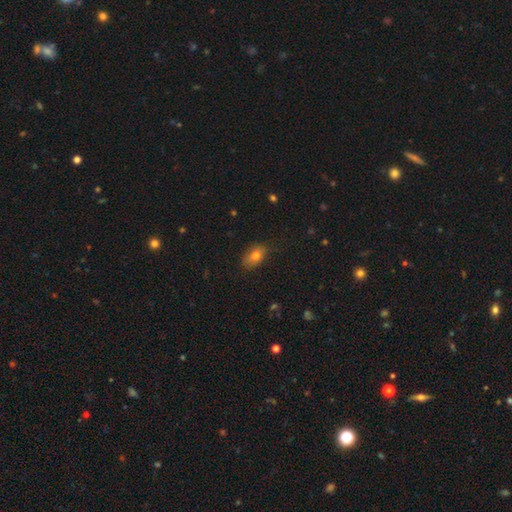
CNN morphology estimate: Smooth or featured?
  - smooth: 75% *
  - featured or disk: 15%
  - star or artifact: 10%
How rounded?
  - in between: 83% *
  - round: 15%
  - cigar-shaped: 3%
Merging?
  - none: 72% *
  - minor disturbance: 22%
  - major disturbance: 5%
  - merger: 1%